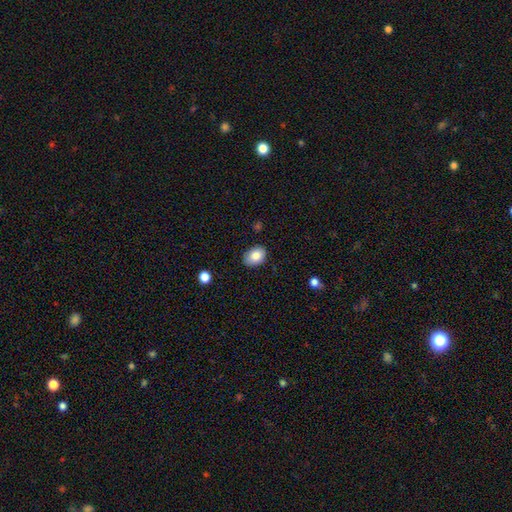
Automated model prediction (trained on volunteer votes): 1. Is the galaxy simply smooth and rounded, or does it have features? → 85% smooth, 8% star or artifact, 7% featured or disk.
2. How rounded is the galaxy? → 72% in between, 27% round, 1% cigar-shaped.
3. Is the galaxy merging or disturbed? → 81% none, 15% minor disturbance, 3% major disturbance, 1% merger.